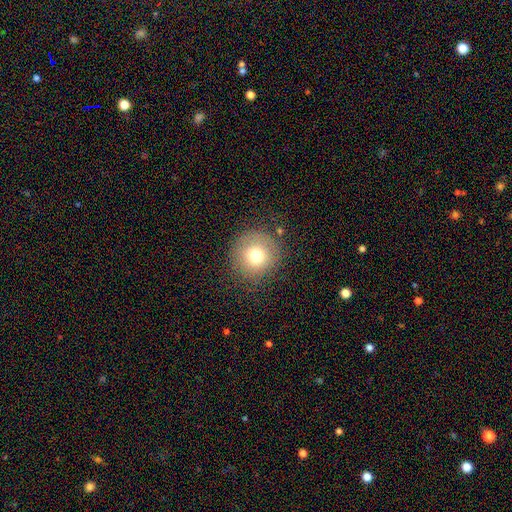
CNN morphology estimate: Smooth or featured?
  - smooth: 73% *
  - featured or disk: 14%
  - star or artifact: 13%
How rounded?
  - round: 94% *
  - in between: 5%
  - cigar-shaped: 1%
Merging?
  - none: 83% *
  - minor disturbance: 10%
  - major disturbance: 4%
  - merger: 2%